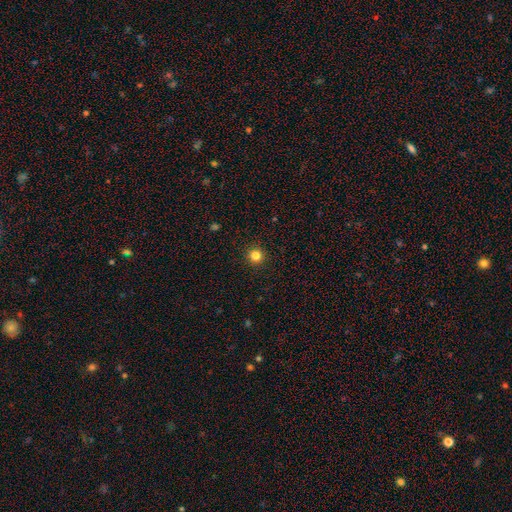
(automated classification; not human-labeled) smooth_or_featured: smooth (p=0.82) [alt: star or artifact p=0.13]
how_rounded: round (p=0.96) [alt: in between p=0.03]
merging: none (p=0.93) [alt: minor disturbance p=0.04]